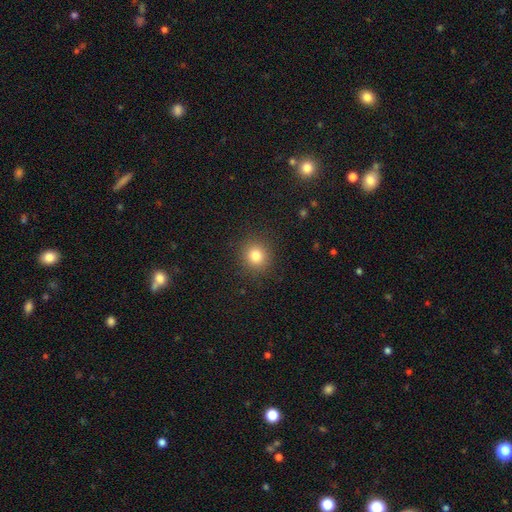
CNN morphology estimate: Overall: smooth (81%). How rounded: round (91%). Merging: none (91%).